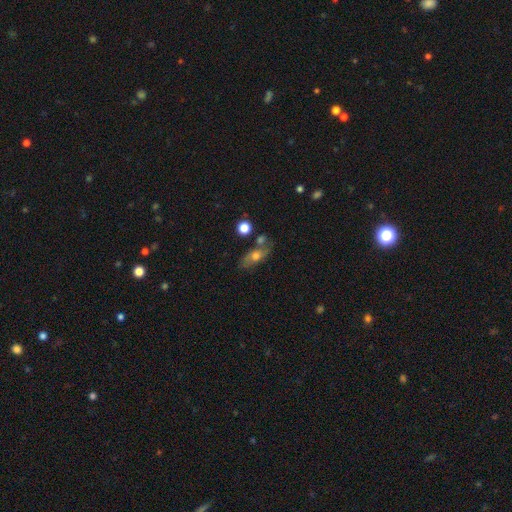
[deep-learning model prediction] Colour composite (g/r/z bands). It shows a smooth galaxy with no disk features (57%) that is in between round and cigar-shaped (69%). Merging: none (60%).